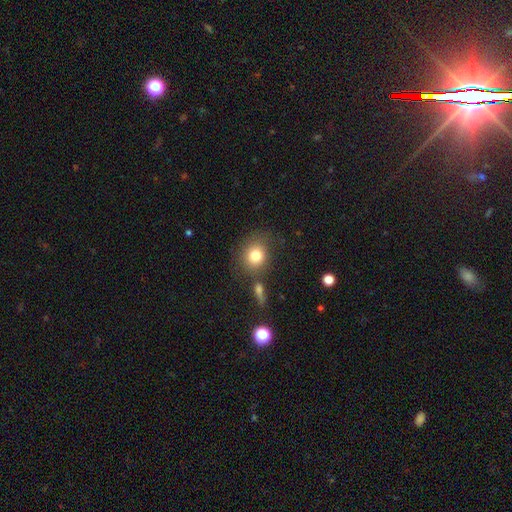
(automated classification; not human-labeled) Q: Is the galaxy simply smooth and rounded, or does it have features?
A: smooth — 80%.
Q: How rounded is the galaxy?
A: round — 75%.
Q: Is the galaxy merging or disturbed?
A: none — 72%.